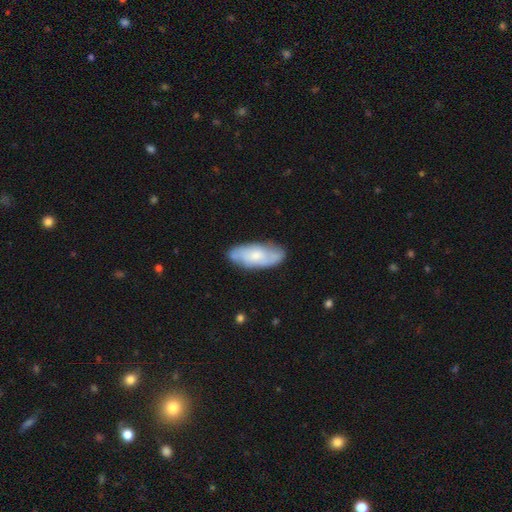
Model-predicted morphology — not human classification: The model was most divided on "smooth or featured": smooth: 51%, featured or disk: 44%, star or artifact: 6%. More confident: how rounded — in between (82%); merging — none (78%).